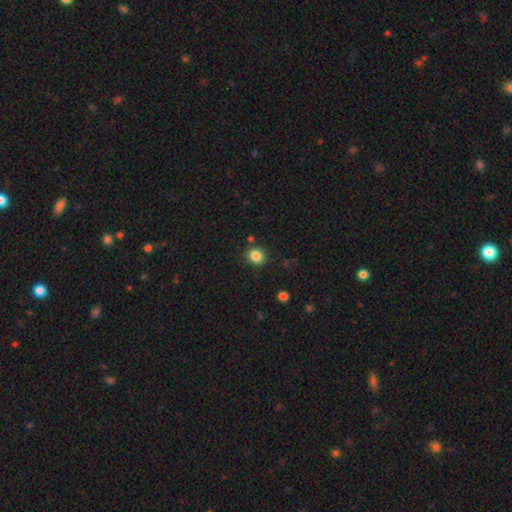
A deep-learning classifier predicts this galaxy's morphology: This is clearly a smooth galaxy (85%). How rounded: clearly round (83%). Merging: clearly none (87%).